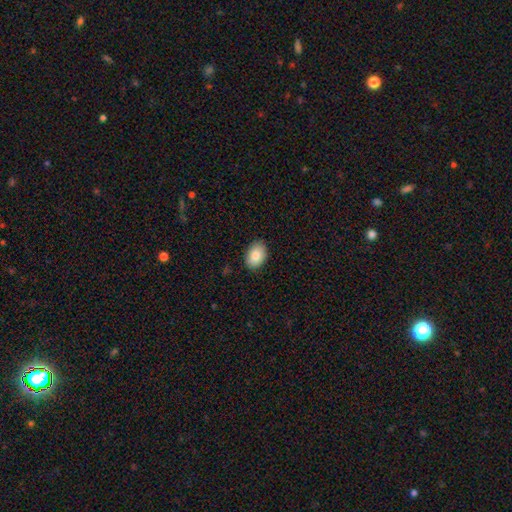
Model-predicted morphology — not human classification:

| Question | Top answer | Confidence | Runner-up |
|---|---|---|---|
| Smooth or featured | smooth | 85% | featured or disk (8%) |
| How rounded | in between | 84% | round (15%) |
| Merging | none | 87% | minor disturbance (10%) |